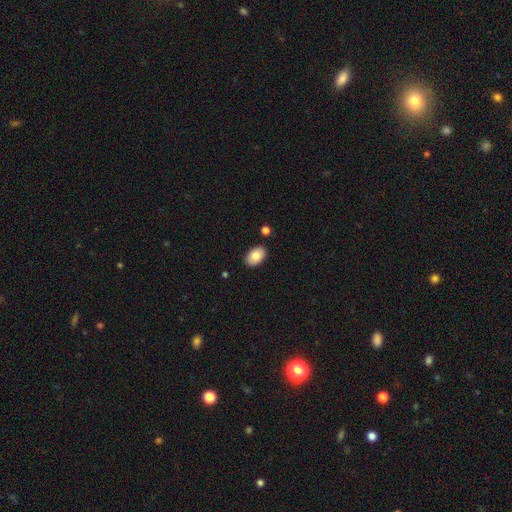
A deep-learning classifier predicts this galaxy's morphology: Q: Smooth or featured?
A: smooth (82%); runner-up: featured or disk (11%)
Q: How rounded?
A: in between (90%); runner-up: round (9%)
Q: Merging?
A: none (87%); runner-up: minor disturbance (9%)